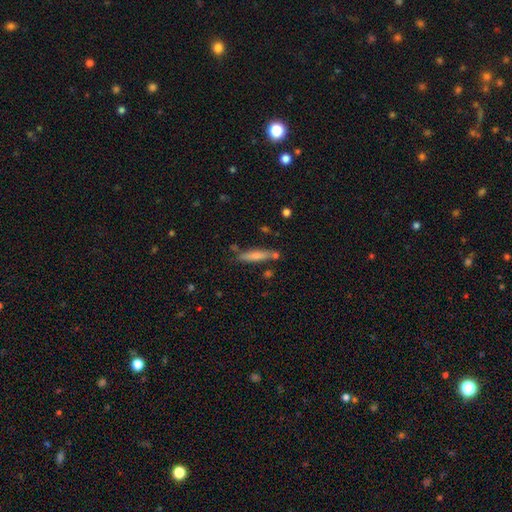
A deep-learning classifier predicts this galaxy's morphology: Q: Smooth or featured?
A: smooth (68%); runner-up: featured or disk (25%)
Q: How rounded?
A: cigar-shaped (84%); runner-up: in between (14%)
Q: Merging?
A: none (74%); runner-up: minor disturbance (14%)